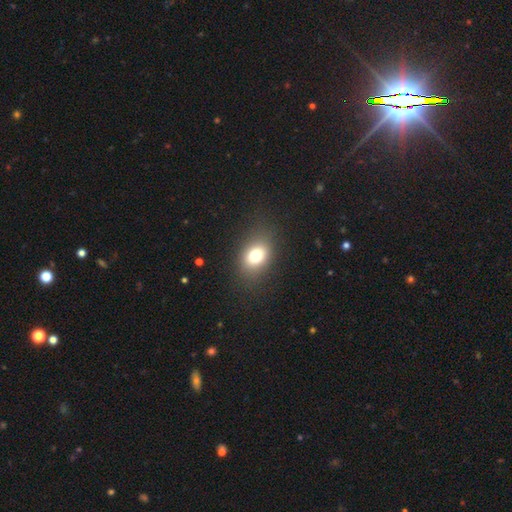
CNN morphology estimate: A smooth galaxy with no disk features (76%) that is in between round and cigar-shaped (71%). Merging: none (82%).